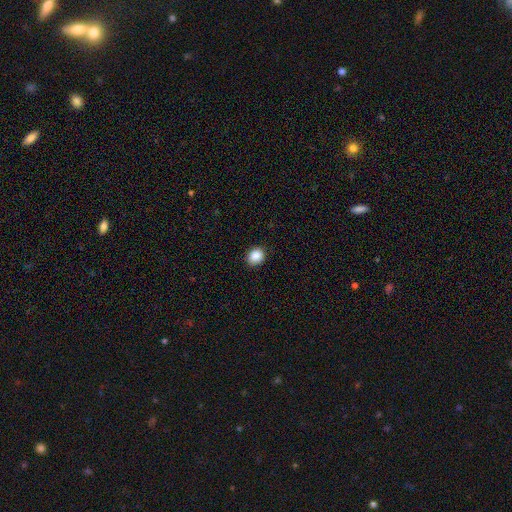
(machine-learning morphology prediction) Q: Smooth or featured?
A: smooth (87%); runner-up: star or artifact (9%)
Q: How rounded?
A: round (64%); runner-up: in between (35%)
Q: Merging?
A: none (91%); runner-up: minor disturbance (7%)